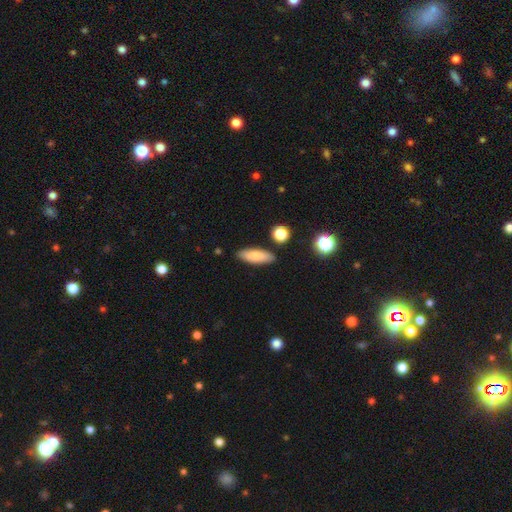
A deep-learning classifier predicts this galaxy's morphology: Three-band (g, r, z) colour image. It shows a smooth galaxy with no disk features (82%) that is in between round and cigar-shaped (58%). Merging: none (86%).